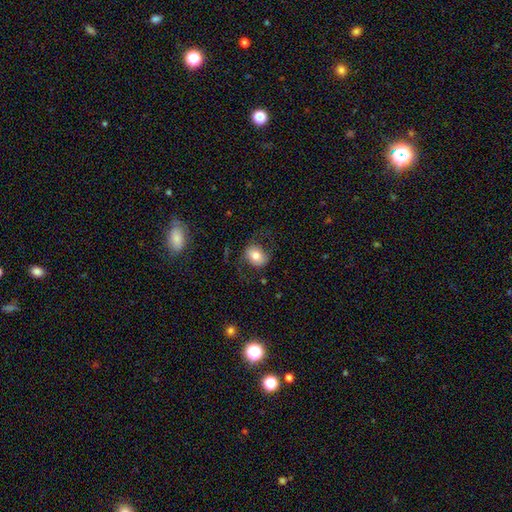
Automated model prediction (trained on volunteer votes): This appears to be a smooth galaxy with no disk features (70%) that is in between round and cigar-shaped (62%). Merging: none (69%).